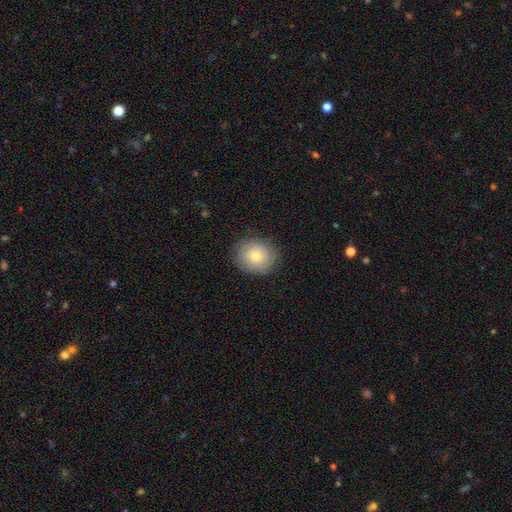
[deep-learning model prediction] Overall: smooth (68%). How rounded: round (74%). Merging: none (84%).